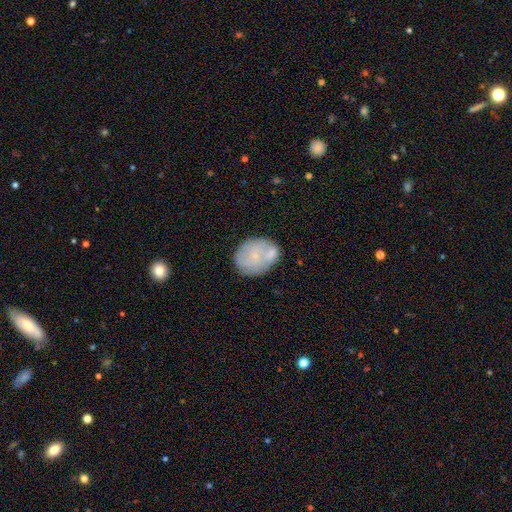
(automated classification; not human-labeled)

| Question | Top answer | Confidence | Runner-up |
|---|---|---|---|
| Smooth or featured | smooth | 47% | featured or disk (46%) |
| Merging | none | 56% | minor disturbance (21%) |